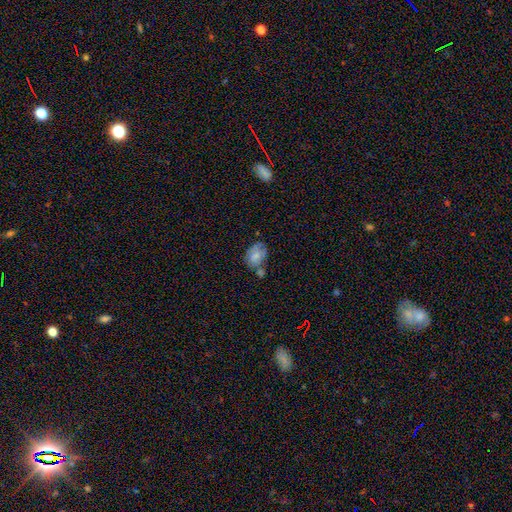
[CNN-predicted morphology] Smooth or featured? smooth (71%)
How rounded? in between (73%)
Merging? none (41%)